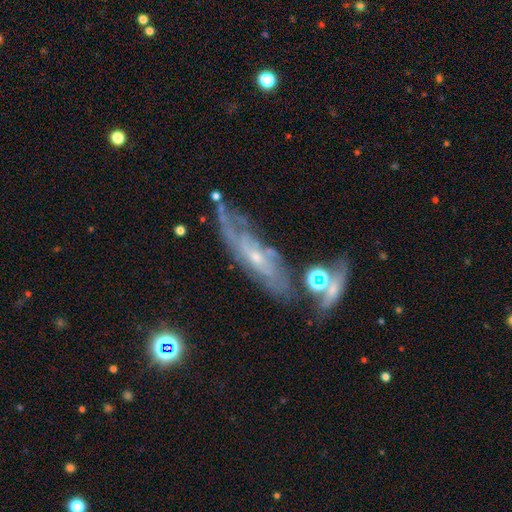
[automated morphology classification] This is likely a featured or disk galaxy (75%). It is likely not viewed edge-on (72%). Bar: possibly no (59%). Spiral arm pattern: clearly yes (85%). Central bulge: likely small (72%). Merging: possibly none (58%).